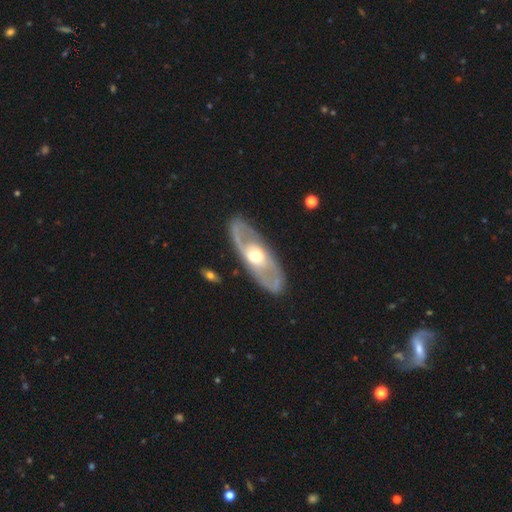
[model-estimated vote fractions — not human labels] smooth_or_featured: featured or disk (p=0.76) [alt: smooth p=0.19]
disk_edge_on: no (p=0.82) [alt: yes p=0.18]
bar: no (p=0.73) [alt: weak p=0.20]
has_spiral_arms: yes (p=0.65) [alt: no p=0.35]
bulge_size: moderate (p=0.71) [alt: small p=0.16]
merging: none (p=0.84) [alt: minor disturbance p=0.11]